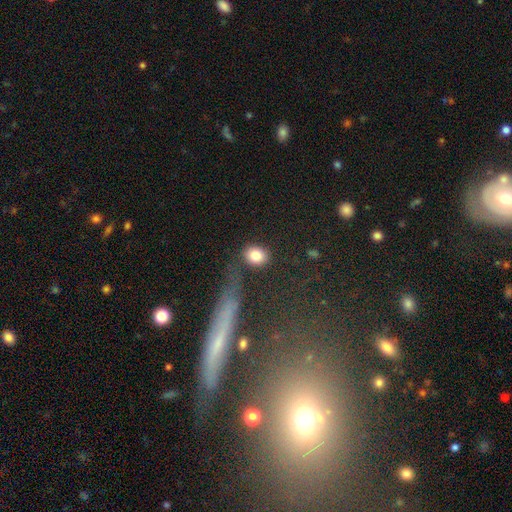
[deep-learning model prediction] A smooth galaxy with no disk features (83%) that is round (58%).

Vote fractions:
- Smooth or featured? smooth: 83% / star or artifact: 9% / featured or disk: 8%
- How rounded? round: 58% / in between: 41% / cigar-shaped: 2%
- Merging? none: 77% / minor disturbance: 12% / merger: 6% / major disturbance: 5%